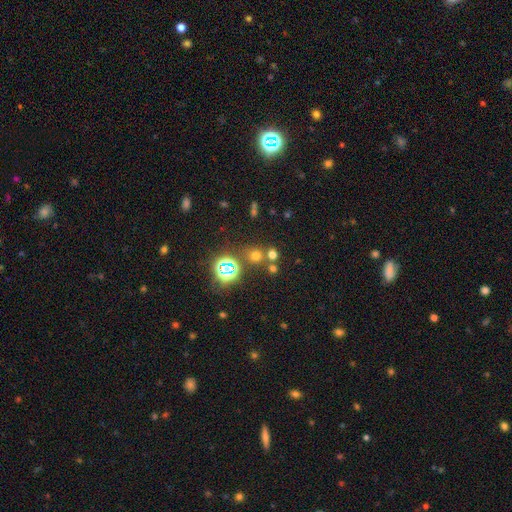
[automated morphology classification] smooth-or-featured: smooth: 55% | star or artifact: 37% | featured or disk: 8%
  how-rounded: round: 88% | in between: 10% | cigar-shaped: 1%
  merging: none: 71% | merger: 18% | minor disturbance: 8% | major disturbance: 4%